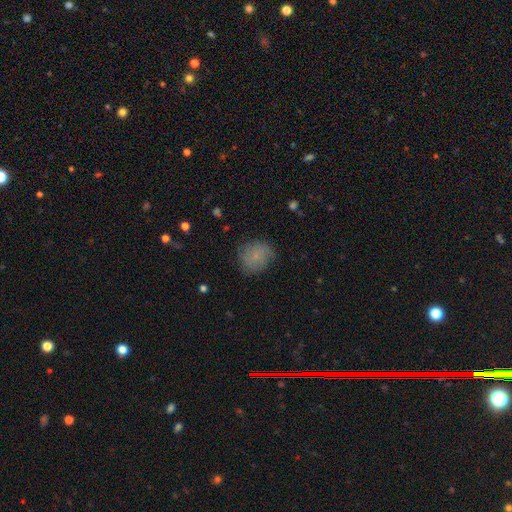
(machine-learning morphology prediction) Smooth or featured? Predicted: smooth (p=0.74). How rounded? Predicted: round (p=0.77). Merging? Predicted: none (p=0.74).